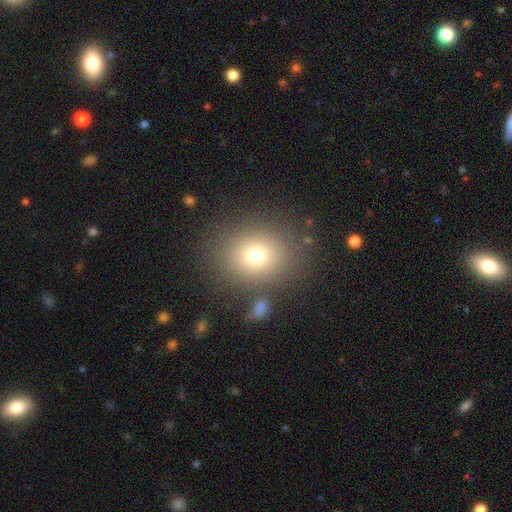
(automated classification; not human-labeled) This appears to be a smooth galaxy with no disk features (73%) that is round (67%). Merging: none (79%).